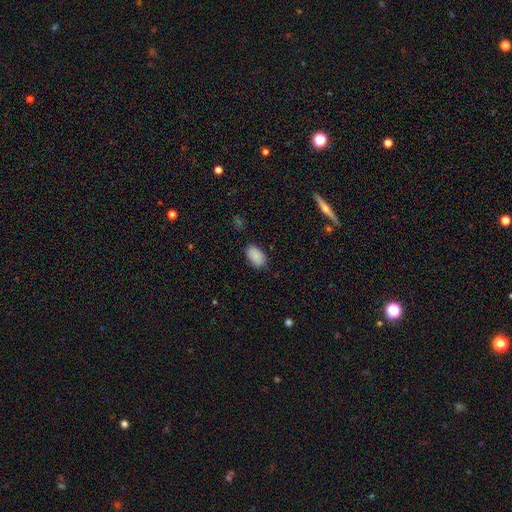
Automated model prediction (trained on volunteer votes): Smooth or featured: smooth — 89% (star or artifact — 8%)
How rounded: in between — 93% (round — 6%)
Merging: none — 83% (minor disturbance — 13%)